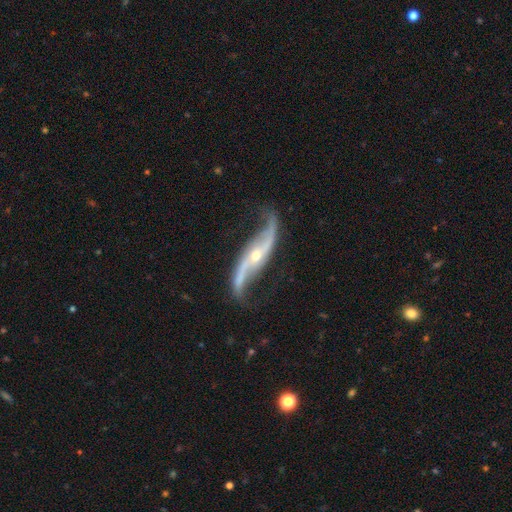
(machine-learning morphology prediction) type=featured or disk (92%); edge-on=no (89%); bar=no (47%); spiral arms=yes (97%); winding=loose (89%); arm count=2 (94%); bulge=small (64%); merging=none (75%).